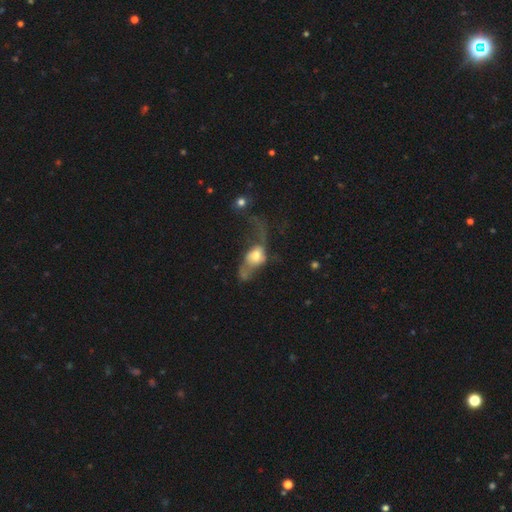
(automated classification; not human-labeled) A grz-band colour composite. It shows a smooth galaxy with no disk features (49%). Merging: major disturbance (55%).